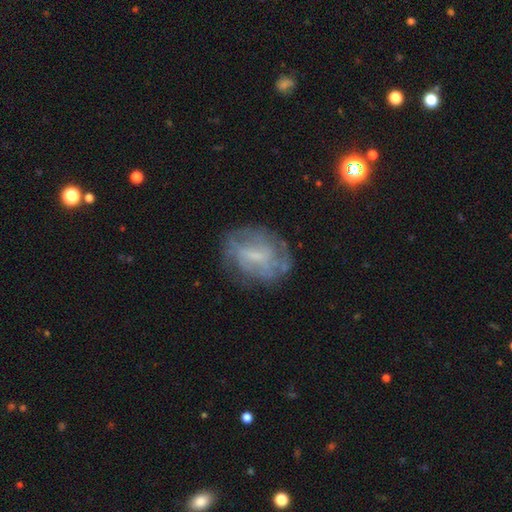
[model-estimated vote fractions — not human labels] Overall: featured or disk (61%; smooth 28%). Edge-on disk: no (96%). Bar: weak (52%; no 31%). Spiral arms: yes (63%; no 37%). Bulge size: small (50%; none 25%). Merging: none (69%).